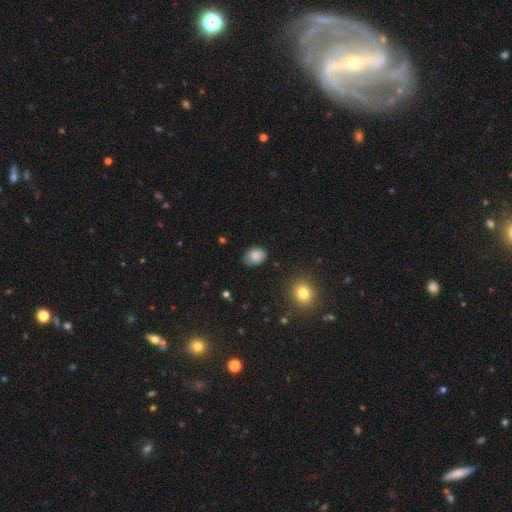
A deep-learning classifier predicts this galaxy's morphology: smooth 85%, star or artifact 9%, featured or disk 6%. Down the decision tree: how rounded — in between (70%); merging — none (79%).